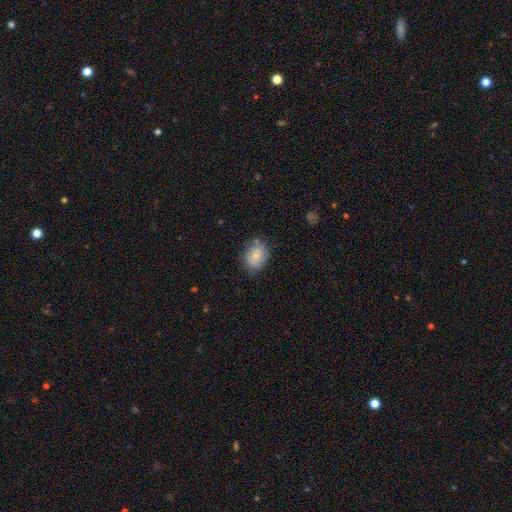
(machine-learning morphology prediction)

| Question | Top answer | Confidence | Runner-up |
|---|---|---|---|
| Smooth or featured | smooth | 83% | featured or disk (9%) |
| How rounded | in between | 71% | round (28%) |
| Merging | none | 74% | minor disturbance (19%) |